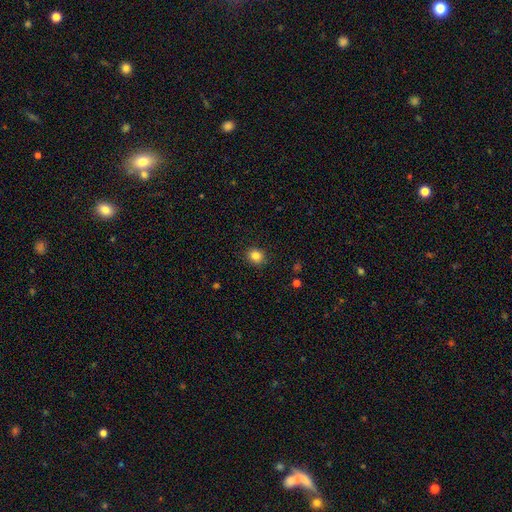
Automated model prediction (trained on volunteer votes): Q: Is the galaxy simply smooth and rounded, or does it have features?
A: smooth — 85%.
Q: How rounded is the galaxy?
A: round — 74%.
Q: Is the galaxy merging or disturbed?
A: none — 89%.